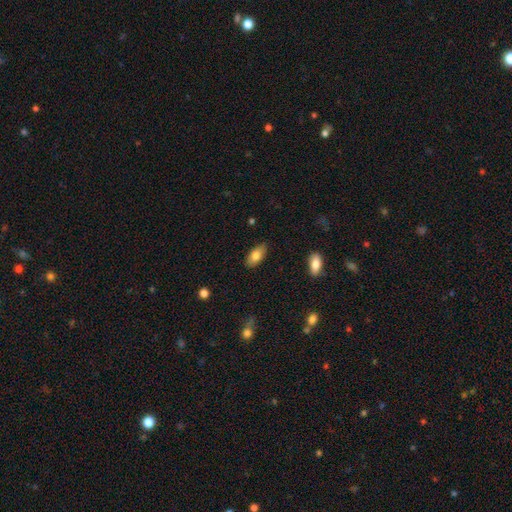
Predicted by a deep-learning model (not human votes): smooth-or-featured: smooth: 80% | featured or disk: 13% | star or artifact: 7%
  how-rounded: in between: 91% | cigar-shaped: 6% | round: 3%
  merging: none: 86% | minor disturbance: 11% | major disturbance: 2% | merger: 1%